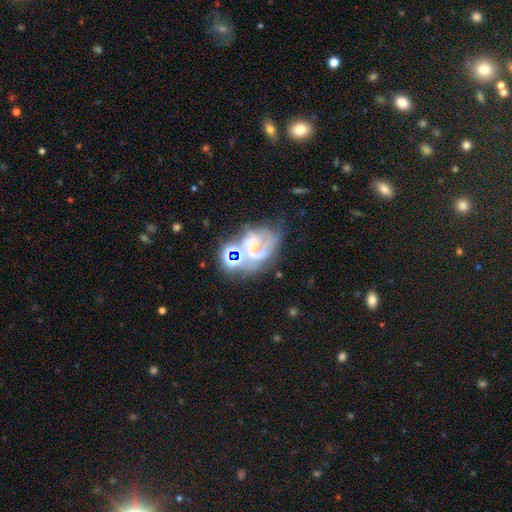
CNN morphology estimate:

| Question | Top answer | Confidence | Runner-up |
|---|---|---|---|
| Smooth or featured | featured or disk | 68% | star or artifact (17%) |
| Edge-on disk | no | 98% | yes (2%) |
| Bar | no | 58% | weak (30%) |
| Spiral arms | yes | 83% | no (17%) |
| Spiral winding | medium | 43% | tight (38%) |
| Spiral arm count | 2 | 40% | can't tell (21%) |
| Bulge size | none | 42% | small (34%) |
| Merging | none | 34% | major disturbance (30%) |